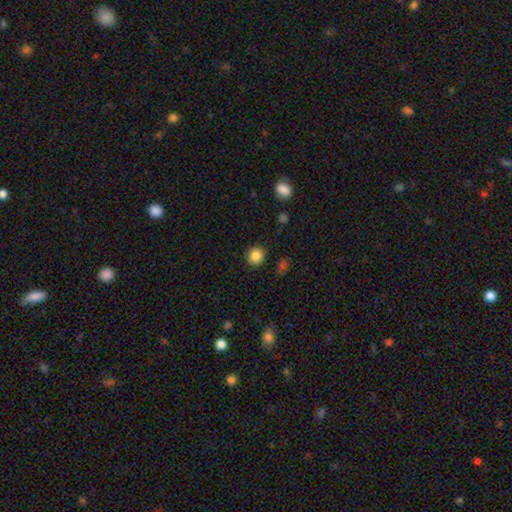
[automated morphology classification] type=smooth (86%); roundness=round (89%); merging=none (89%).